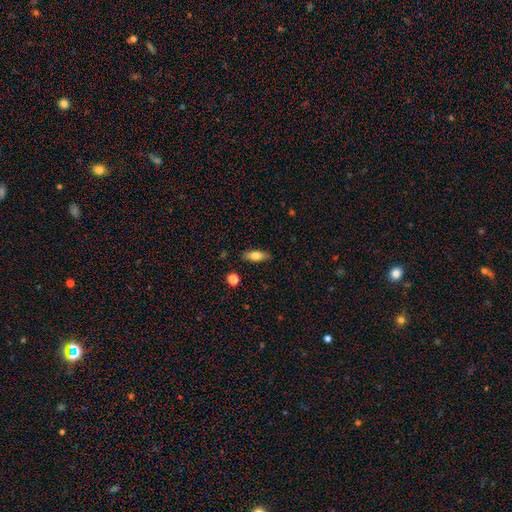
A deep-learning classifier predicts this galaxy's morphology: smooth-or-featured: smooth: 71% | featured or disk: 21% | star or artifact: 7%
  how-rounded: in between: 69% | cigar-shaped: 27% | round: 3%
  merging: none: 86% | minor disturbance: 10% | major disturbance: 2% | merger: 2%